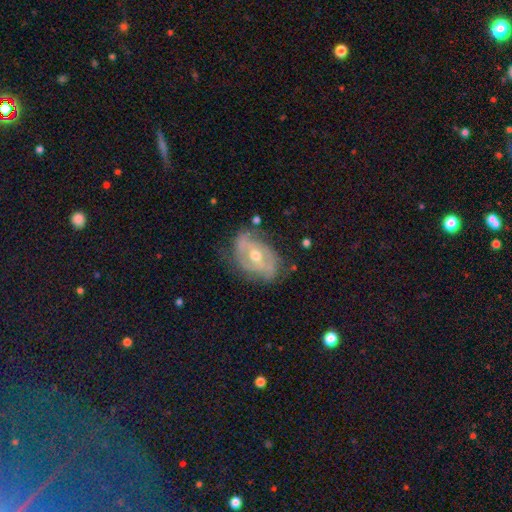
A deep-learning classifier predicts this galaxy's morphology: This appears to be a featured or disk galaxy (81%) with a weak bar (39%), 2 (56%) tight (47%) spiral arms (81%) and a moderate central bulge (67%). Merging: none (66%).